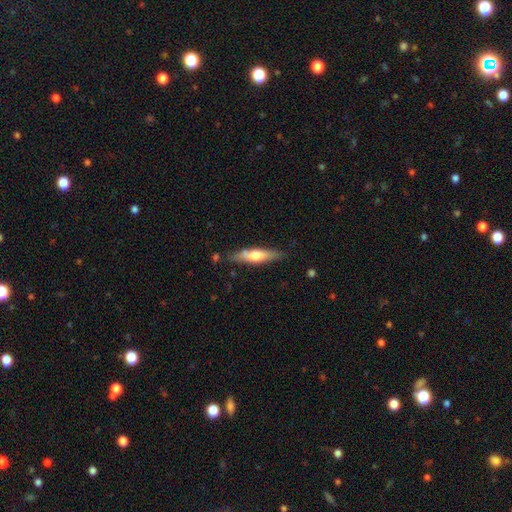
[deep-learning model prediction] Q: Smooth or featured?
A: smooth (51%); runner-up: featured or disk (44%)
Q: How rounded?
A: cigar-shaped (73%); runner-up: in between (25%)
Q: Merging?
A: none (77%); runner-up: minor disturbance (16%)